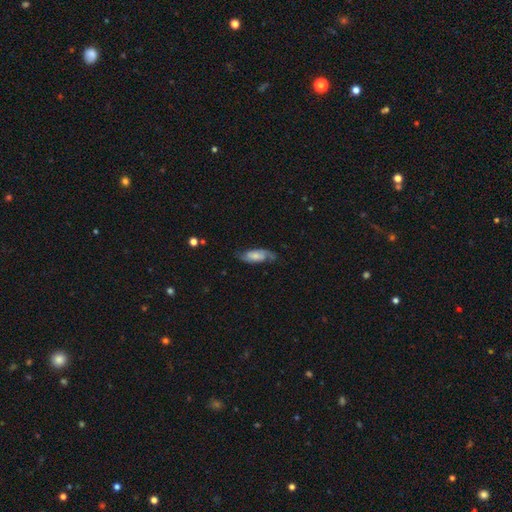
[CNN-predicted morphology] Smooth or featured?
  - featured or disk: 57% *
  - smooth: 36%
  - star or artifact: 7%
Edge-on disk?
  - no: 88% *
  - yes: 12%
Bar?
  - no: 64% *
  - weak: 29%
  - strong: 7%
Spiral arms?
  - yes: 90% *
  - no: 10%
Bulge size?
  - small: 40% *
  - moderate: 34%
  - none: 15%
  - large: 9%
  - dominant: 2%
Merging?
  - none: 66% *
  - minor disturbance: 23%
  - major disturbance: 9%
  - merger: 2%